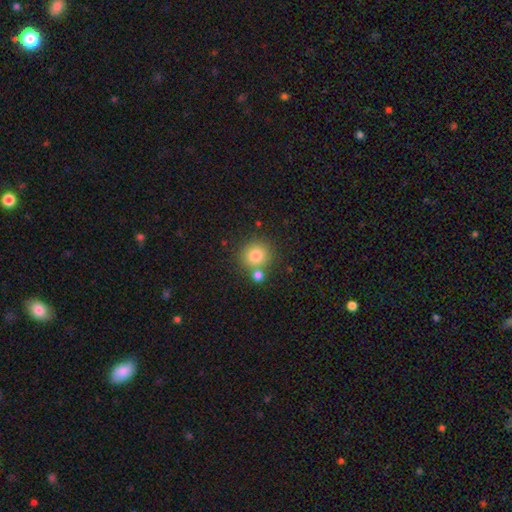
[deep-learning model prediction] smooth 81%, star or artifact 11%, featured or disk 8%. Down the decision tree: how rounded — round (90%); merging — none (69%).